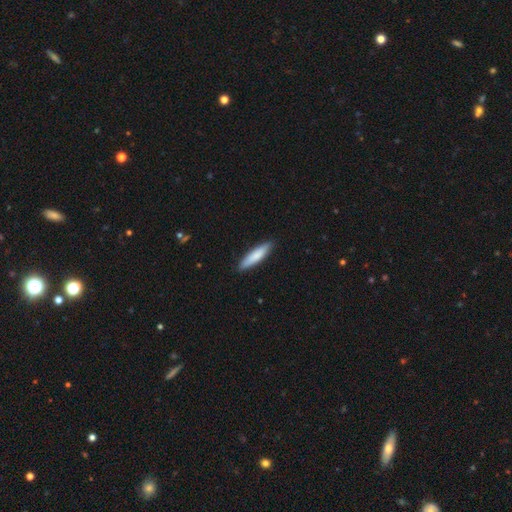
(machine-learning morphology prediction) The model was most divided on "how rounded": cigar-shaped: 80%, in between: 19%, round: 1%. More confident: merging — none (89%); smooth or featured — smooth (81%).